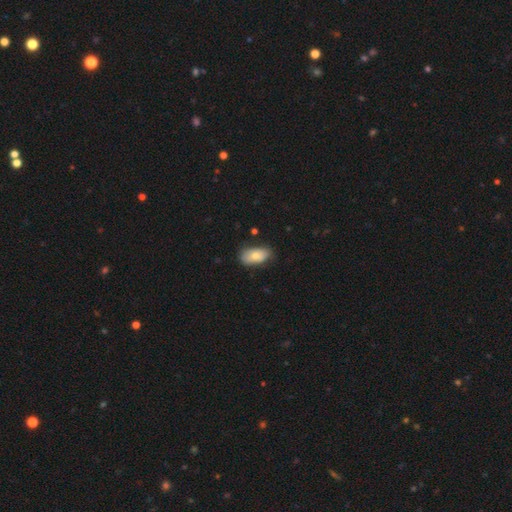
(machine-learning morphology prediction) Overall: smooth (74%). How rounded: in between (93%). Merging: none (71%).